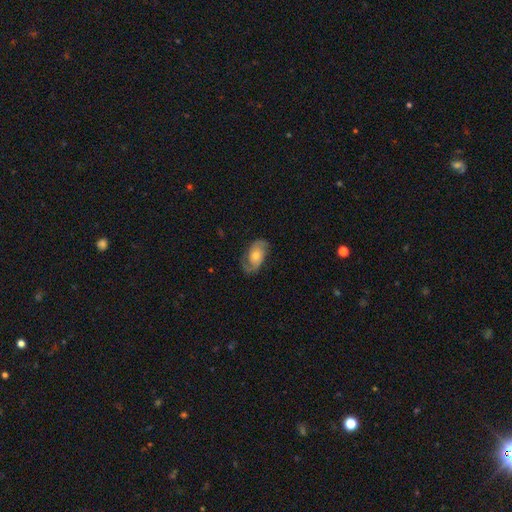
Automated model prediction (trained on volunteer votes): Q: Smooth or featured?
A: featured or disk (75%); runner-up: smooth (18%)
Q: Edge-on disk?
A: no (96%); runner-up: yes (4%)
Q: Bar?
A: no (70%); runner-up: weak (24%)
Q: Spiral arms?
A: yes (93%); runner-up: no (7%)
Q: Spiral winding?
A: medium (45%); runner-up: tight (30%)
Q: Spiral arm count?
A: 2 (85%); runner-up: can't tell (7%)
Q: Bulge size?
A: moderate (56%); runner-up: small (36%)
Q: Merging?
A: none (77%); runner-up: minor disturbance (16%)